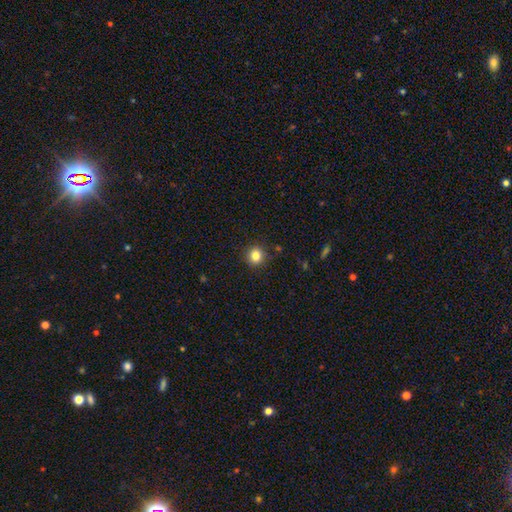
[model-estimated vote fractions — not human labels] smooth-or-featured: smooth: 83% | star or artifact: 11% | featured or disk: 6%
  how-rounded: round: 91% | in between: 8% | cigar-shaped: 1%
  merging: none: 89% | minor disturbance: 7% | major disturbance: 2% | merger: 1%